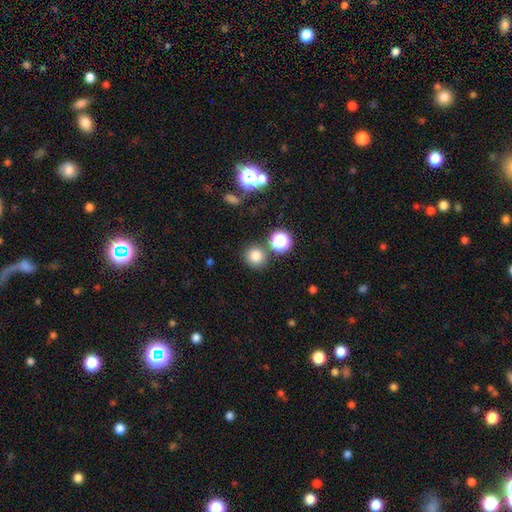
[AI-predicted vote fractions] This is likely a smooth galaxy (79%). How rounded: clearly round (90%). Merging: likely none (80%).